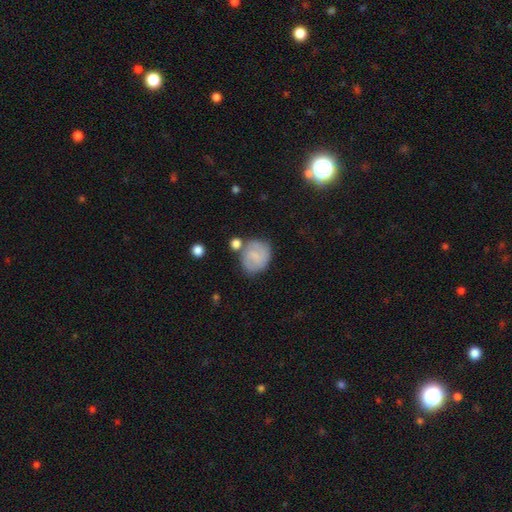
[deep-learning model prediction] A smooth galaxy with no disk features (63%) that is round (71%).

Vote fractions:
- Smooth or featured? smooth: 63% / featured or disk: 30% / star or artifact: 8%
- How rounded? round: 71% / in between: 28% / cigar-shaped: 1%
- Merging? none: 60% / minor disturbance: 20% / merger: 13% / major disturbance: 7%